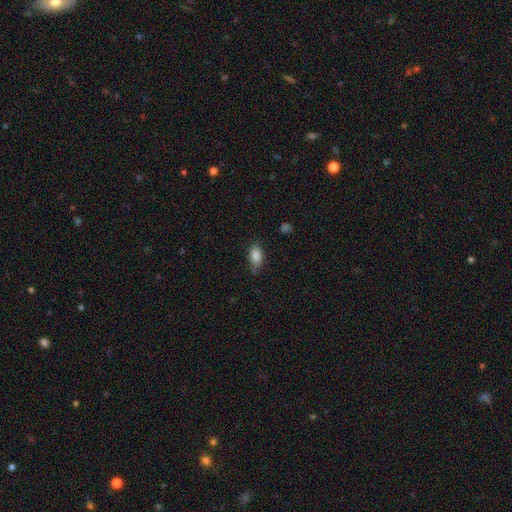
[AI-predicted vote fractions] Morphology: type=smooth (85%); roundness=in between (88%); merging=none (67%).